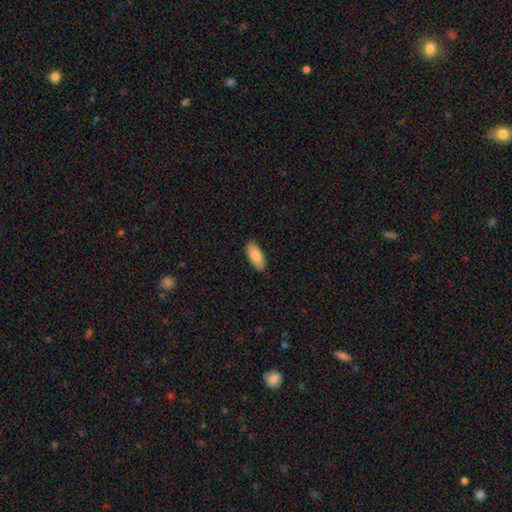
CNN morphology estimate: Smooth or featured? Predicted: smooth (p=0.86). How rounded? Predicted: in between (p=0.85). Merging? Predicted: none (p=0.89).